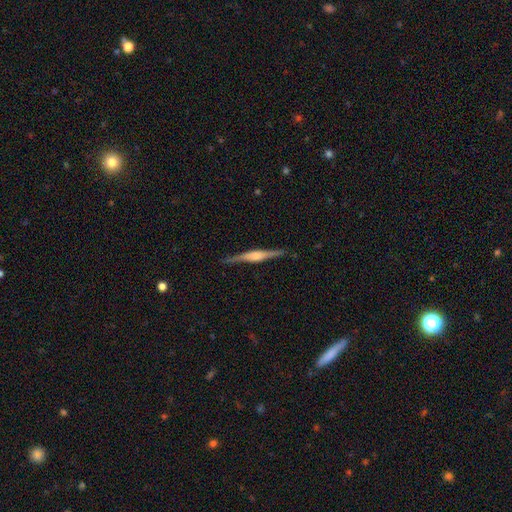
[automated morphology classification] This is likely a featured or disk galaxy (79%). It is clearly viewed edge-on (98%). Edge-on bulge: likely rounded (70%). Merging: clearly none (88%).